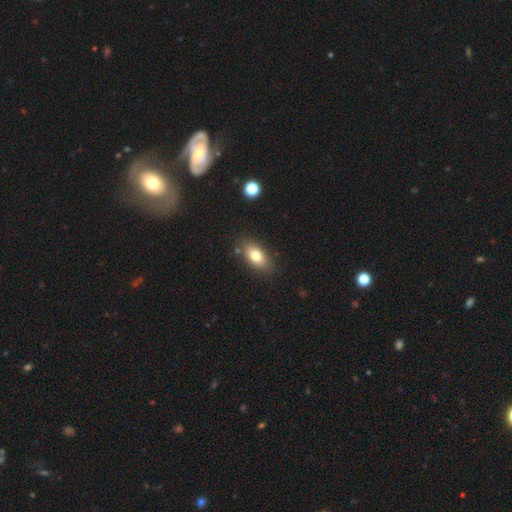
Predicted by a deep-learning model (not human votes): Smooth or featured?
  - smooth: 78% *
  - featured or disk: 14%
  - star or artifact: 9%
How rounded?
  - in between: 89% *
  - round: 6%
  - cigar-shaped: 5%
Merging?
  - none: 83% *
  - minor disturbance: 11%
  - major disturbance: 3%
  - merger: 3%